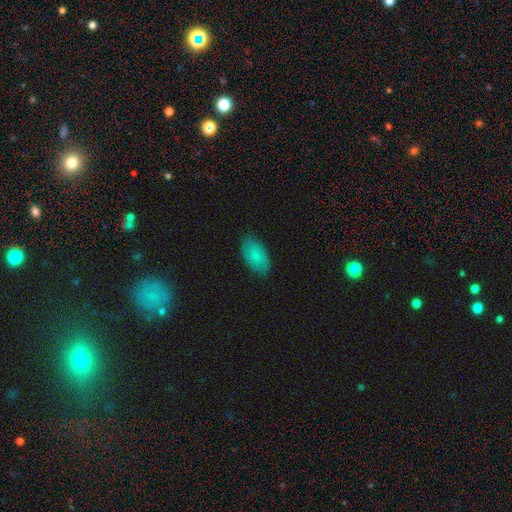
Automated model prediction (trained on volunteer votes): Morphology: type=smooth (79%); roundness=in between (94%); merging=none (84%).